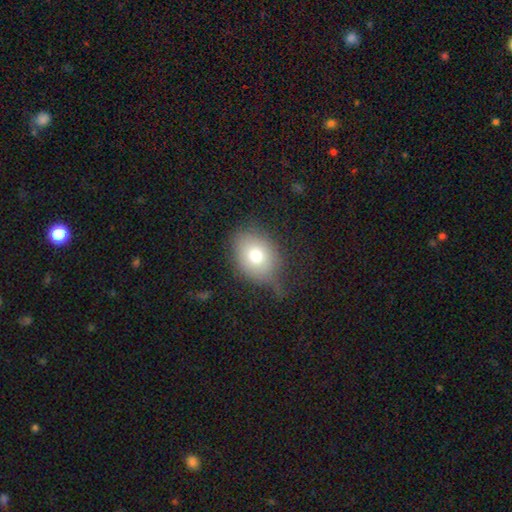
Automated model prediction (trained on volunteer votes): A smooth galaxy with no disk features (74%) that is in between round and cigar-shaped (56%). Merging: none (54%).